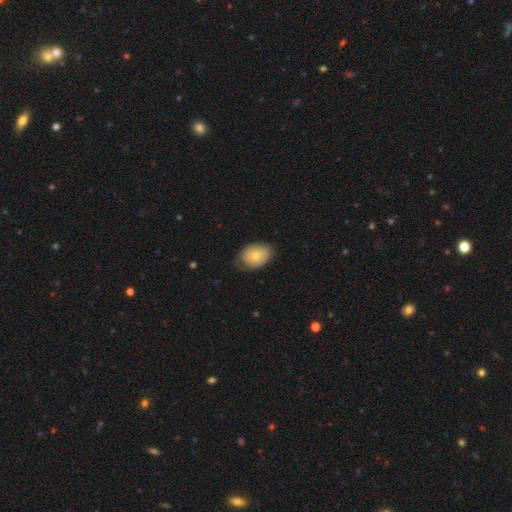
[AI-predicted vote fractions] smooth 71%, featured or disk 22%, star or artifact 7%. Down the decision tree: how rounded — in between (69%); merging — none (62%).